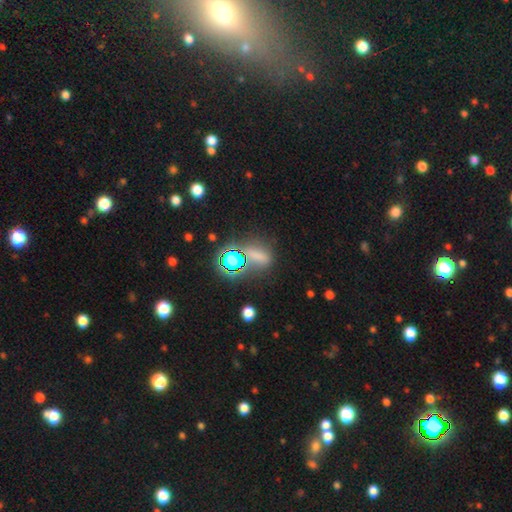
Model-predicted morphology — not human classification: smooth-or-featured: smooth: 51% | star or artifact: 38% | featured or disk: 10%
  how-rounded: in between: 52% | round: 32% | cigar-shaped: 16%
  merging: none: 67% | minor disturbance: 17% | major disturbance: 9% | merger: 7%